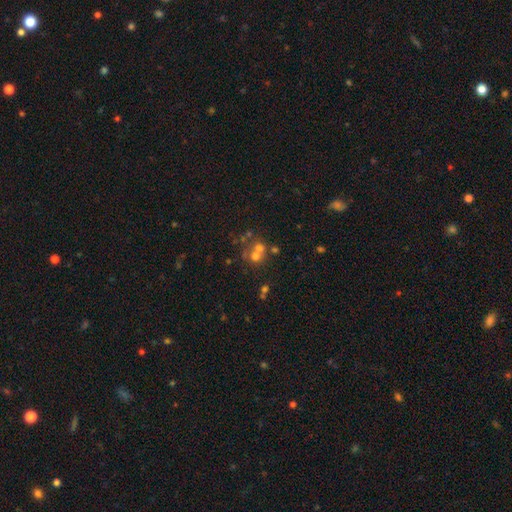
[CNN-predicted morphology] This appears to be a smooth galaxy with no disk features (55%) that is round (81%). Merging: merger (49%).